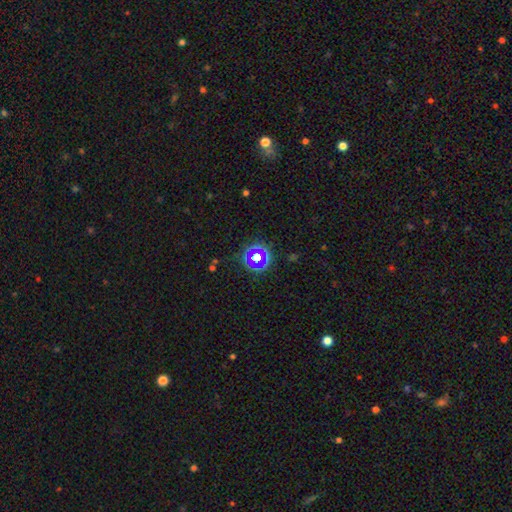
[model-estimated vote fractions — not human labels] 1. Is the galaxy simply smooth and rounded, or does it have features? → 60% star or artifact, 28% smooth, 12% featured or disk.